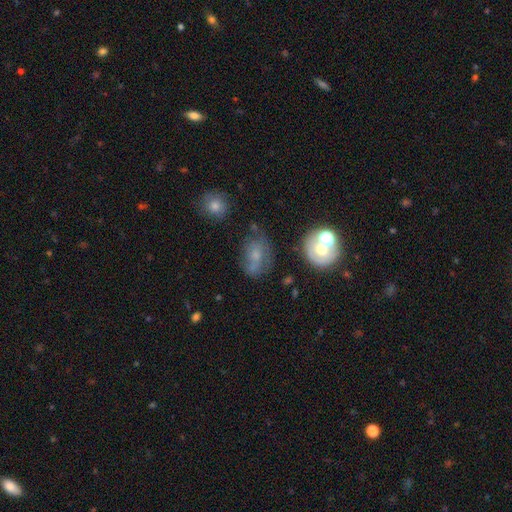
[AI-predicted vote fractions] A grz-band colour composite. It shows a smooth galaxy with no disk features (47%). Merging: none (53%).